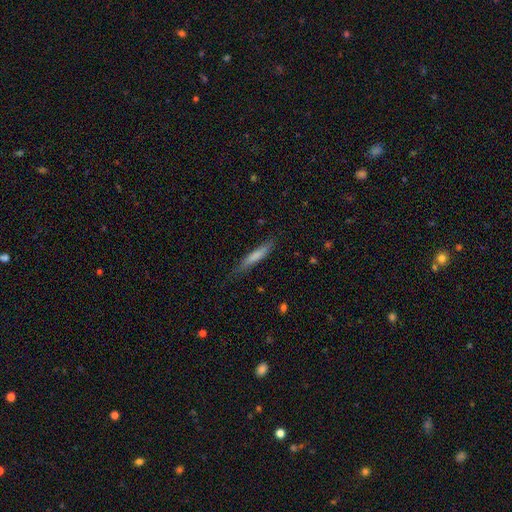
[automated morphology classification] smooth-or-featured: smooth: 72% | featured or disk: 22% | star or artifact: 6%
  how-rounded: cigar-shaped: 91% | in between: 7% | round: 1%
  merging: none: 73% | minor disturbance: 21% | major disturbance: 4% | merger: 2%